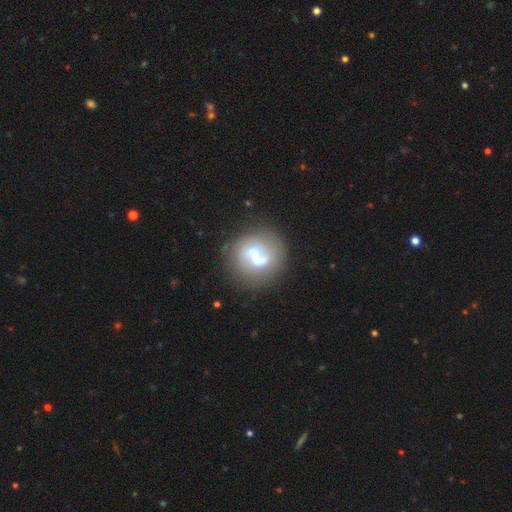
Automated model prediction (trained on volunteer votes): smooth_or_featured: featured or disk (p=0.55) [alt: smooth p=0.36]
disk_edge_on: no (p=0.97) [alt: yes p=0.03]
bar: weak (p=0.44) [alt: no p=0.36]
has_spiral_arms: yes (p=0.64) [alt: no p=0.36]
bulge_size: moderate (p=0.41) [alt: small p=0.29]
merging: none (p=0.61) [alt: minor disturbance p=0.17]